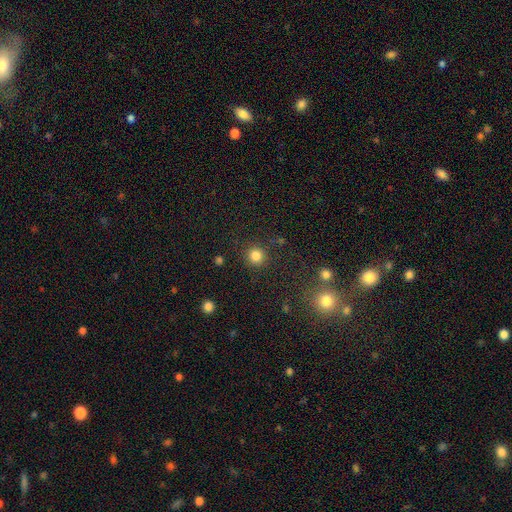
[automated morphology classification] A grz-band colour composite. It shows a smooth galaxy with no disk features (83%) that is round (94%). Merging: none (89%).